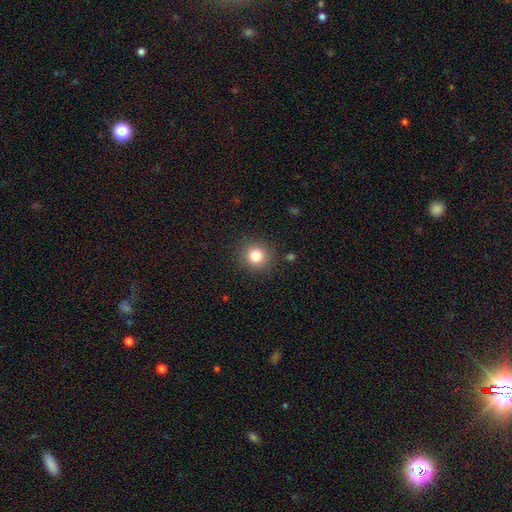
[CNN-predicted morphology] This is clearly a smooth galaxy (81%). How rounded: clearly round (91%). Merging: clearly none (89%).